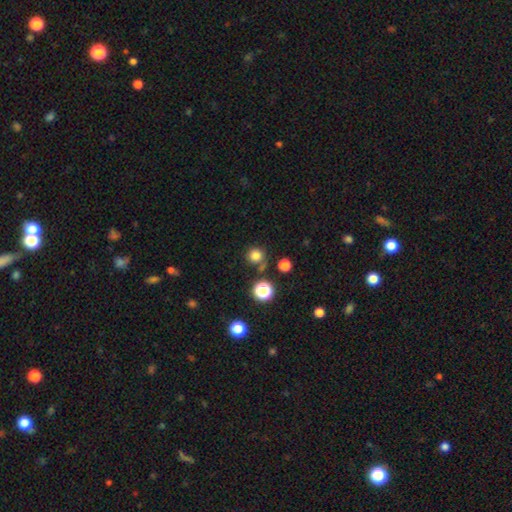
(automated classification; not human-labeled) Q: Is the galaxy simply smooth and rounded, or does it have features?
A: smooth — 78%.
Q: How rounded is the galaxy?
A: round — 93%.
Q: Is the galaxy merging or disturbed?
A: none — 77%.